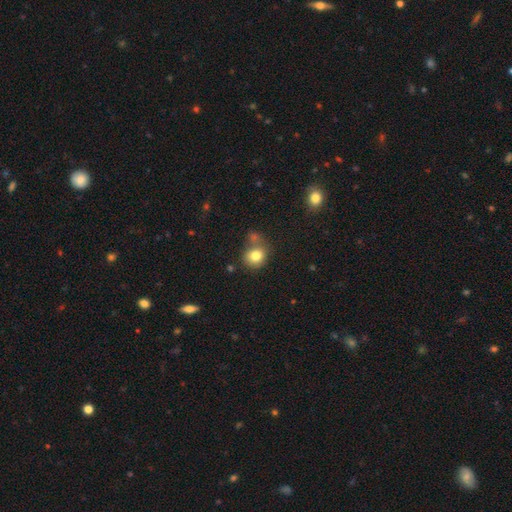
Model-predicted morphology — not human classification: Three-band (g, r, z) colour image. It shows a smooth galaxy with no disk features (81%) that is round (79%). Merging: none (59%).